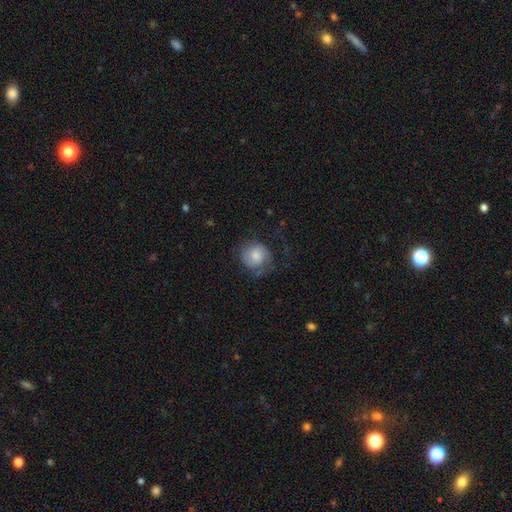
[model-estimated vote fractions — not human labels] This appears to be a smooth galaxy with no disk features (58%) that is round (83%). Merging: none (56%).